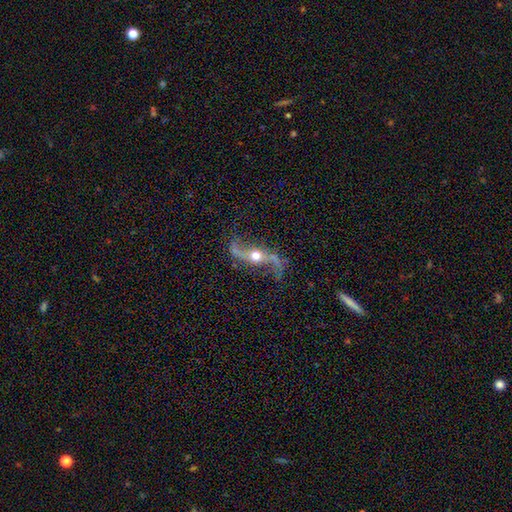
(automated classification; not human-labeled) Overall: featured or disk (91%). Edge-on disk: no (91%). Bar: no (52%; strong 26%). Spiral arms: yes (96%). Spiral arm count: 2 (95%). Spiral winding: loose (90%). Bulge size: moderate (74%). Merging: none (75%).